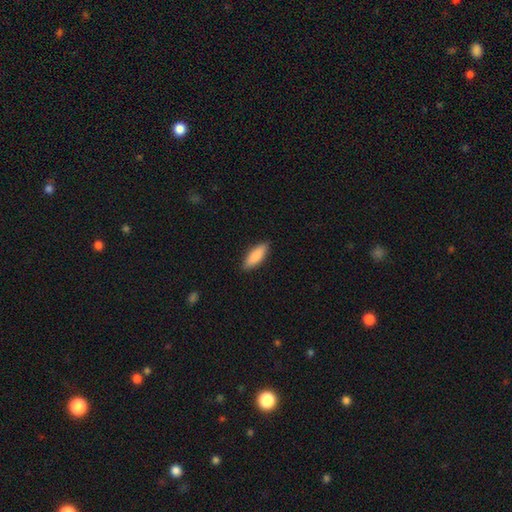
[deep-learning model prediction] Overall: smooth (87%). How rounded: in between (64%; cigar-shaped 34%). Merging: none (88%).